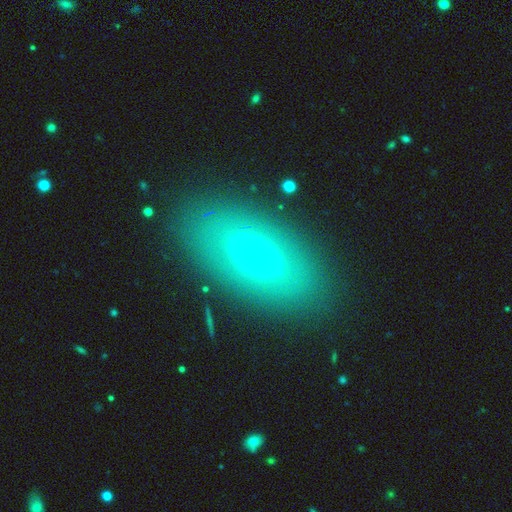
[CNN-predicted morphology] A smooth galaxy with no disk features (51%) that is in between round and cigar-shaped (88%). Merging: none (82%).